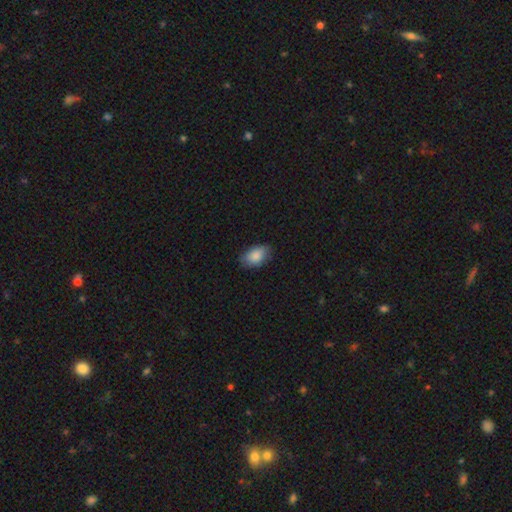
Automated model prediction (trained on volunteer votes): Morphology: type=smooth (86%); roundness=in between (90%); merging=none (79%).